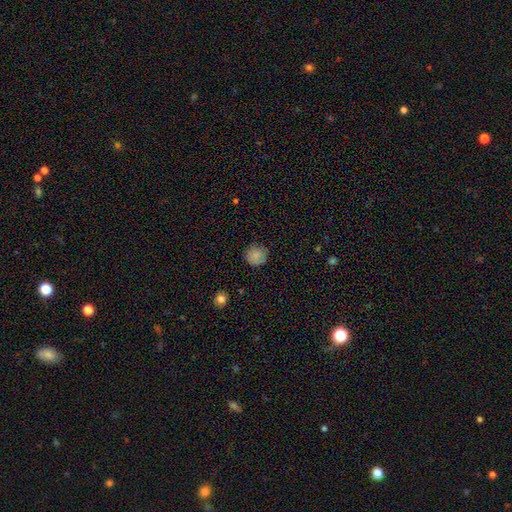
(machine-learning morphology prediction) A smooth galaxy with no disk features (83%) that is round (92%).

Vote fractions:
- Smooth or featured? smooth: 83% / star or artifact: 9% / featured or disk: 8%
- How rounded? round: 92% / in between: 7% / cigar-shaped: 1%
- Merging? none: 84% / minor disturbance: 12% / major disturbance: 3% / merger: 1%